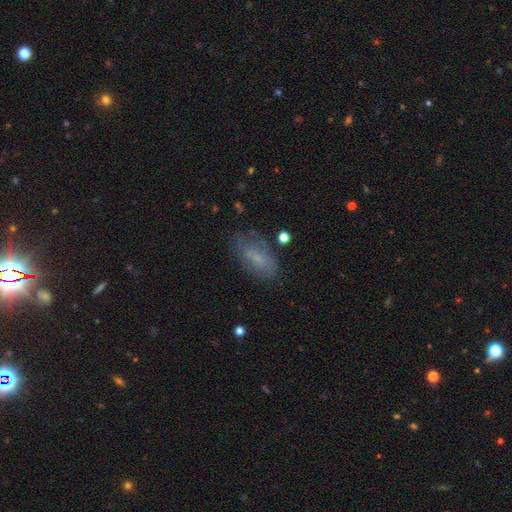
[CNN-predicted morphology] Overall: smooth (57%; featured or disk 30%). How rounded: in between (87%). Merging: none (70%).